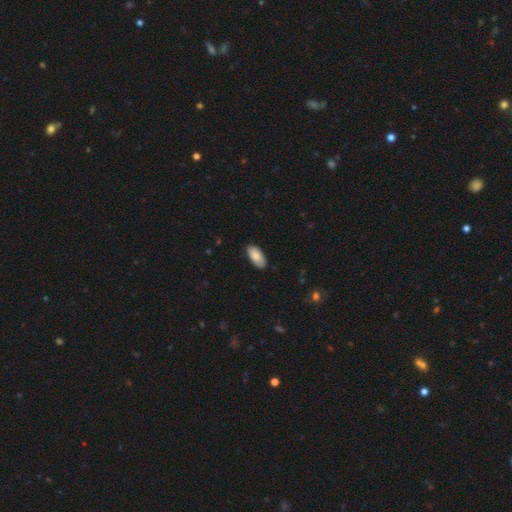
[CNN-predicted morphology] Smooth or featured? smooth (85%)
How rounded? in between (93%)
Merging? none (84%)